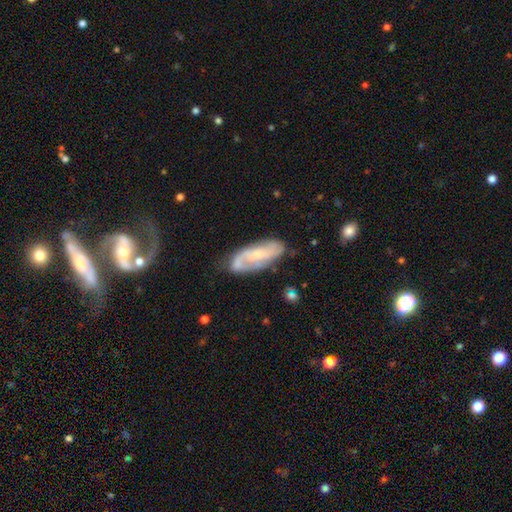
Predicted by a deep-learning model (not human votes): smooth-or-featured: featured or disk: 62% | smooth: 31% | star or artifact: 7%
  disk-edge-on: no: 89% | yes: 11%
    bar: no: 59% | weak: 32% | strong: 9%
    has-spiral-arms: yes: 82% | no: 18%
    bulge-size: small: 58% | moderate: 27% | none: 12% | large: 2% | dominant: 1%
  merging: none: 62% | minor disturbance: 24% | major disturbance: 9% | merger: 4%